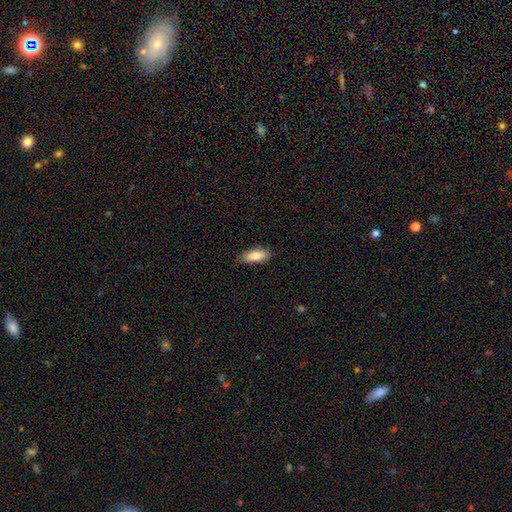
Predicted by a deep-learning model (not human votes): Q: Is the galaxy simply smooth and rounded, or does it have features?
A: smooth — 82%.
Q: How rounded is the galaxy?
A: in between — 79%.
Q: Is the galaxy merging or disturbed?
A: none — 83%.